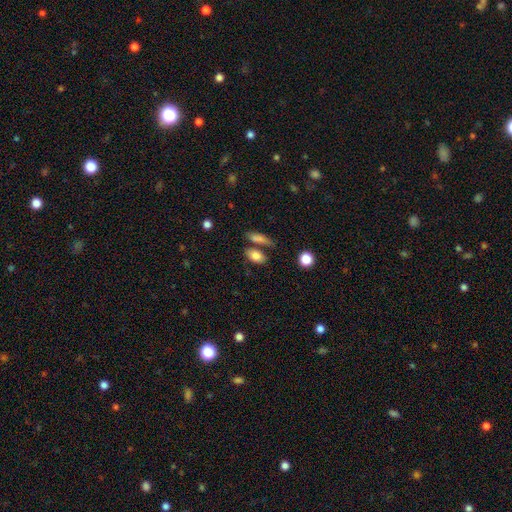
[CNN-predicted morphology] A smooth galaxy with no disk features (82%) that is in between round and cigar-shaped (86%). Merging: none (59%).